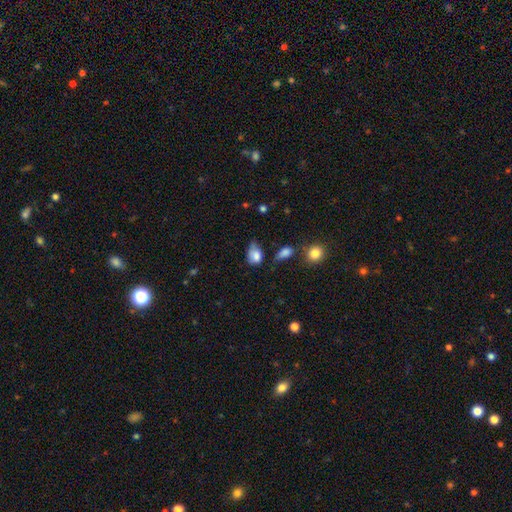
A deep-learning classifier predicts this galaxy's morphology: Smooth or featured? smooth (77%)
How rounded? in between (74%)
Merging? minor disturbance (43%)